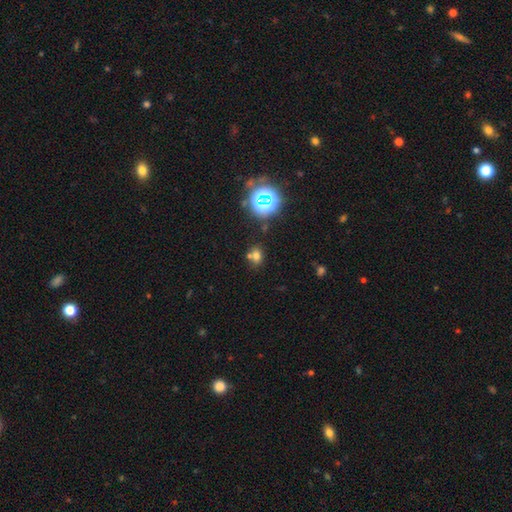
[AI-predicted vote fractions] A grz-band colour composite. It shows a smooth galaxy with no disk features (62%) that is round (56%). Merging: none (56%).